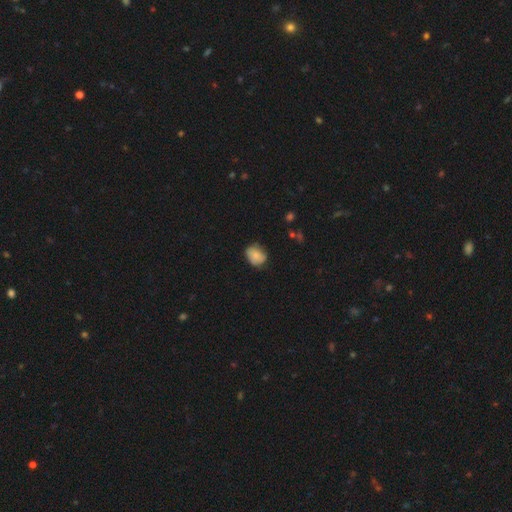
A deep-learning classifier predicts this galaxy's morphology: A smooth galaxy with no disk features (79%) that is in between round and cigar-shaped (58%). Merging: none (65%).